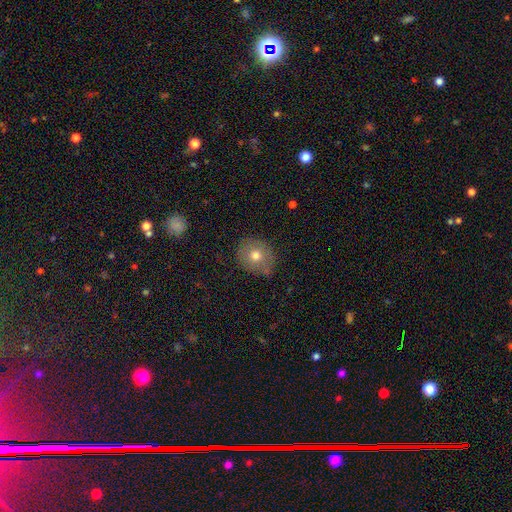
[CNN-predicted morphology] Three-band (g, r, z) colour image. It shows a smooth galaxy with no disk features (71%) that is round (73%). Merging: none (77%).